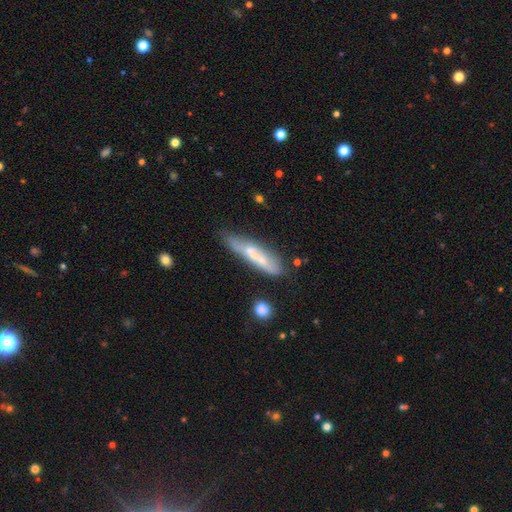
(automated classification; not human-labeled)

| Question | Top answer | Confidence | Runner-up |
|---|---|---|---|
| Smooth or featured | smooth | 49% | featured or disk (43%) |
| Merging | none | 57% | minor disturbance (25%) |